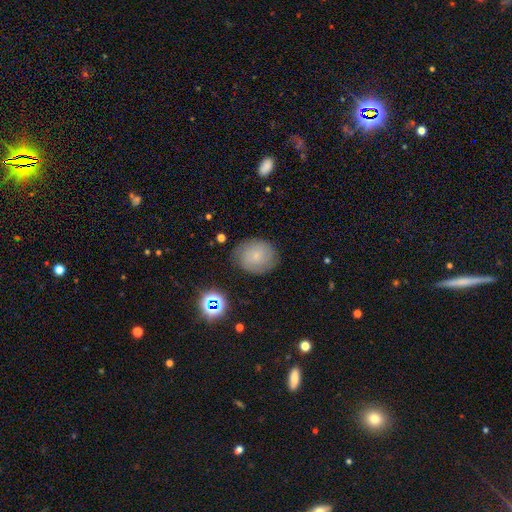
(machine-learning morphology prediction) Smooth or featured? Predicted: smooth (p=0.61). How rounded? Predicted: round (p=0.72). Merging? Predicted: none (p=0.77).